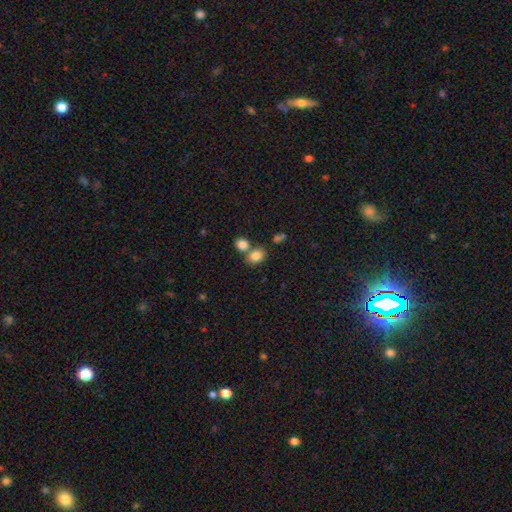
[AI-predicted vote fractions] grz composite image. It shows a smooth galaxy with no disk features (82%) that is in between round and cigar-shaped (52%). Merging: none (52%).